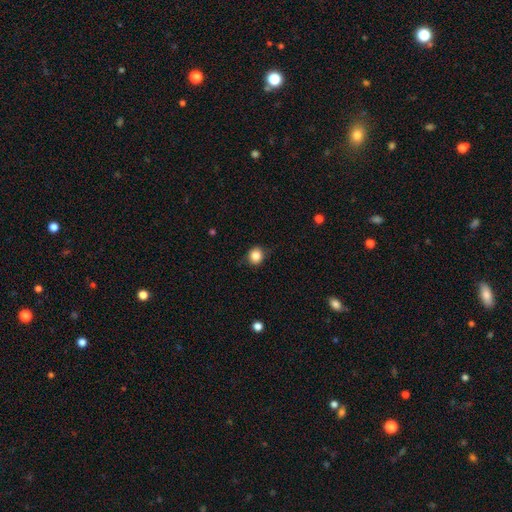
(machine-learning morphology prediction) Q: Smooth or featured?
A: smooth (84%); runner-up: star or artifact (10%)
Q: How rounded?
A: round (84%); runner-up: in between (15%)
Q: Merging?
A: none (83%); runner-up: minor disturbance (13%)